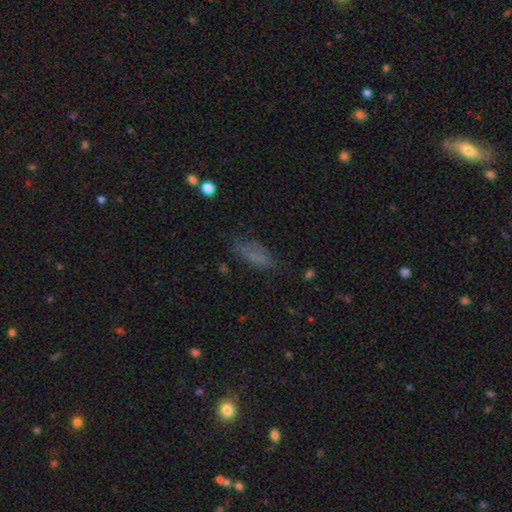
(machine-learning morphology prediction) Q: Smooth or featured?
A: smooth (70%); runner-up: featured or disk (16%)
Q: How rounded?
A: in between (66%); runner-up: cigar-shaped (31%)
Q: Merging?
A: none (60%); runner-up: minor disturbance (25%)